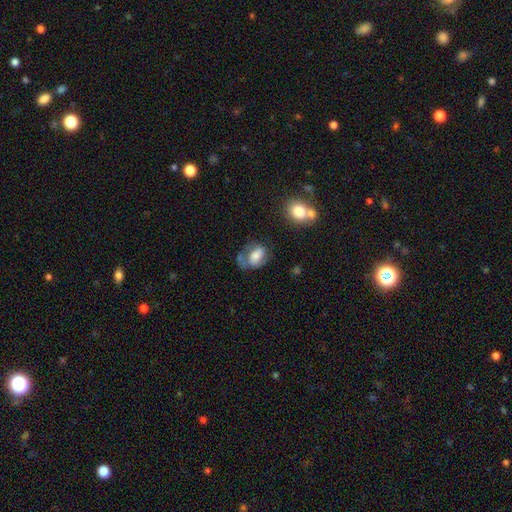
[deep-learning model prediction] A smooth galaxy with no disk features (58%) that is in between round and cigar-shaped (80%).

Vote fractions:
- Smooth or featured? smooth: 58% / featured or disk: 33% / star or artifact: 8%
- How rounded? in between: 80% / round: 18% / cigar-shaped: 2%
- Merging? none: 40% / minor disturbance: 26% / major disturbance: 23% / merger: 11%